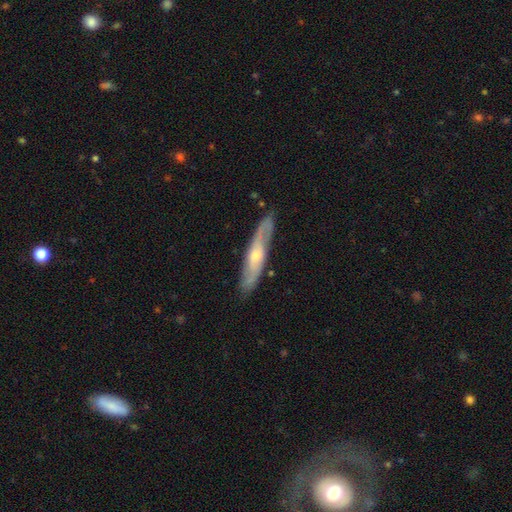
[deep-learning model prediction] The model was most divided on "edge-on disk": yes: 51%, no: 49%. More confident: merging — none (82%); smooth or featured — featured or disk (68%).